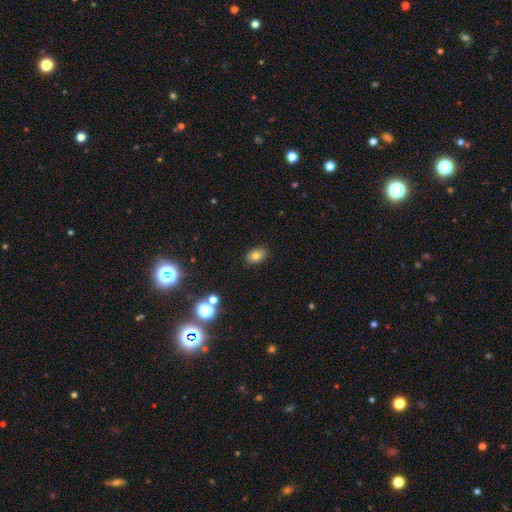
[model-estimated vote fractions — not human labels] smooth 77%, star or artifact 13%, featured or disk 11%. Down the decision tree: how rounded — in between (83%); merging — none (87%).